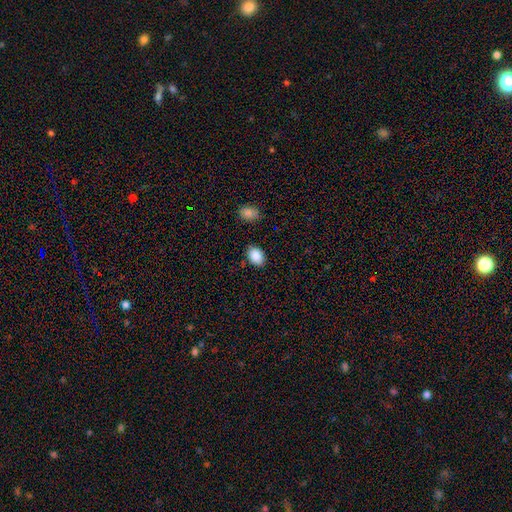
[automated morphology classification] A smooth galaxy with no disk features (89%) that is in between round and cigar-shaped (80%).

Vote fractions:
- Smooth or featured? smooth: 89% / star or artifact: 8% / featured or disk: 4%
- How rounded? in between: 80% / round: 19% / cigar-shaped: 1%
- Merging? none: 84% / minor disturbance: 11% / major disturbance: 3% / merger: 2%